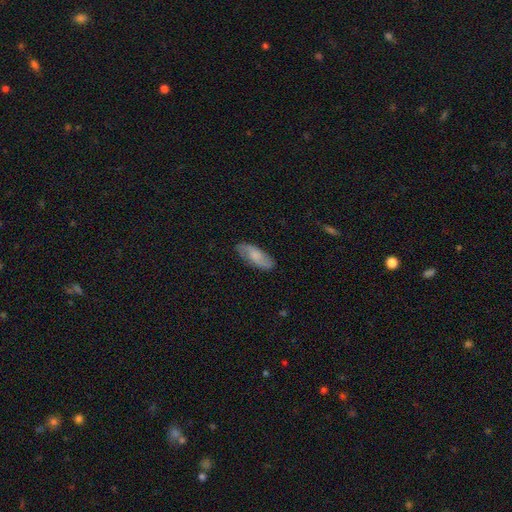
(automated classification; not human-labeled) Smooth or featured?
  - smooth: 50% *
  - featured or disk: 44%
  - star or artifact: 7%
Merging?
  - none: 82% *
  - minor disturbance: 14%
  - major disturbance: 3%
  - merger: 1%